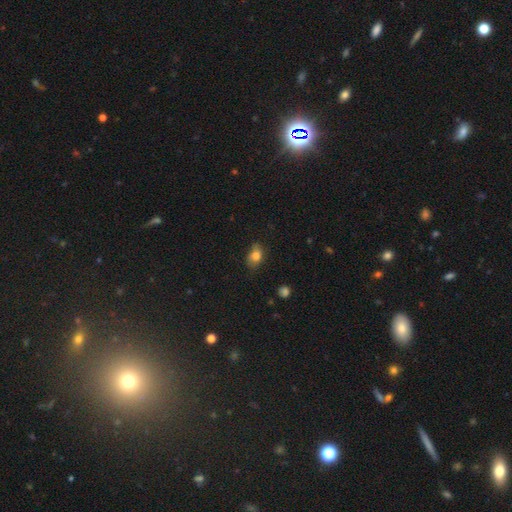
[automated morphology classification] Overall: smooth (79%). How rounded: in between (74%). Merging: none (59%; minor disturbance 30%).